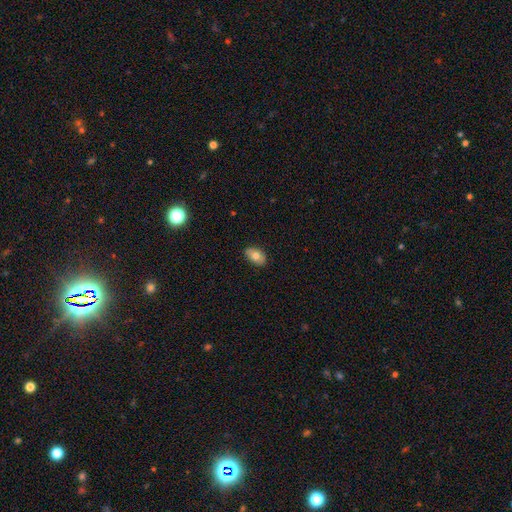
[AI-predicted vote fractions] This is likely a smooth galaxy (76%). How rounded: clearly in between (90%). Merging: clearly none (86%).